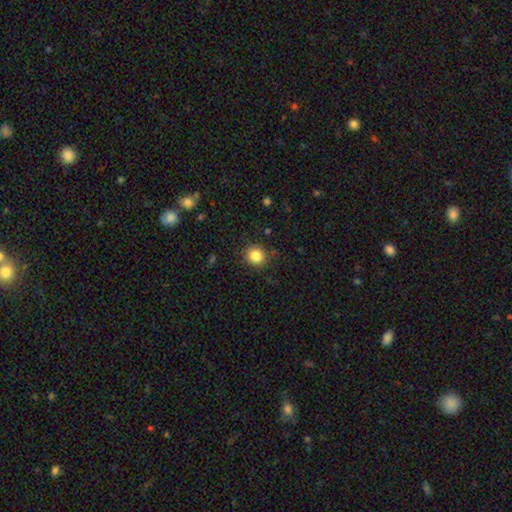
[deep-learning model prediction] The model was most divided on "how rounded": round: 86%, in between: 13%, cigar-shaped: 1%. More confident: merging — none (88%); smooth or featured — smooth (85%).